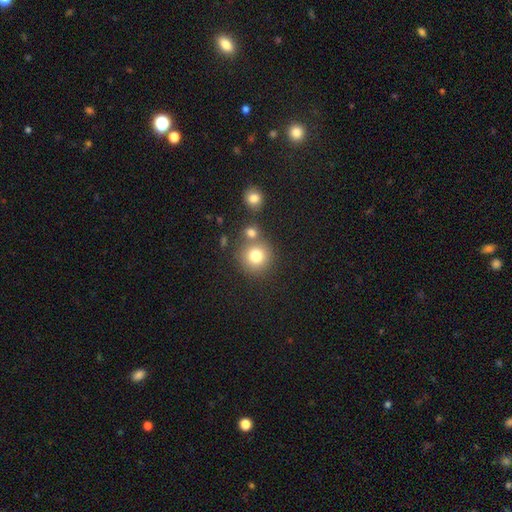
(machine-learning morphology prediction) smooth 78%, star or artifact 12%, featured or disk 10%. Down the decision tree: how rounded — round (91%); merging — none (68%).